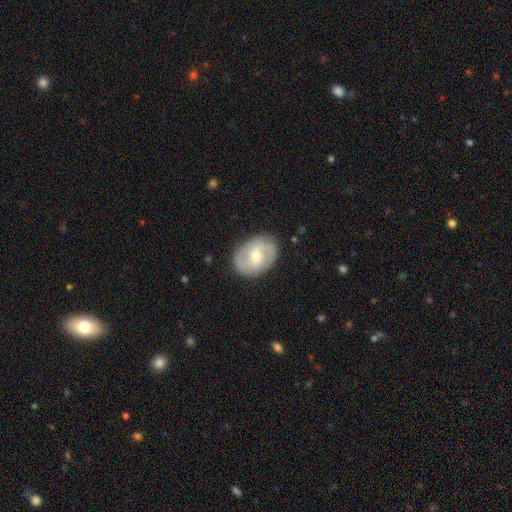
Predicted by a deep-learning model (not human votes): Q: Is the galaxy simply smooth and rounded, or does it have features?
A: featured or disk — 55%.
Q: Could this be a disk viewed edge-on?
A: no — 96%.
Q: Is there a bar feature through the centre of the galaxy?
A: weak — 50%.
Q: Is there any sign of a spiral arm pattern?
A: yes — 72%.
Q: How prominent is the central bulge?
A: moderate — 54%.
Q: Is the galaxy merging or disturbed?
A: none — 83%.